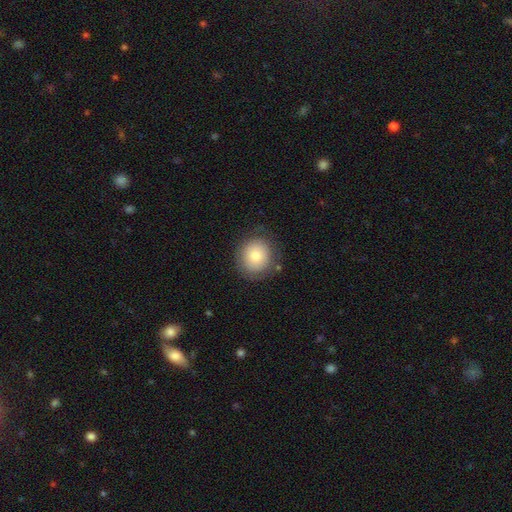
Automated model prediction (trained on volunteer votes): Morphology: type=smooth (78%); roundness=round (85%); merging=none (80%).